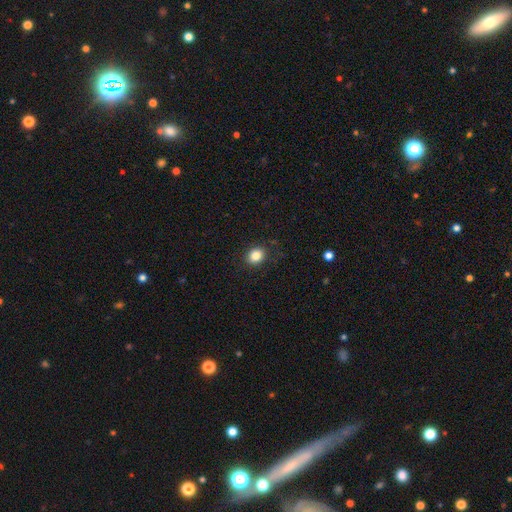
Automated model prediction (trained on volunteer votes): Overall: smooth (85%). How rounded: round (53%; in between 46%). Merging: none (87%).